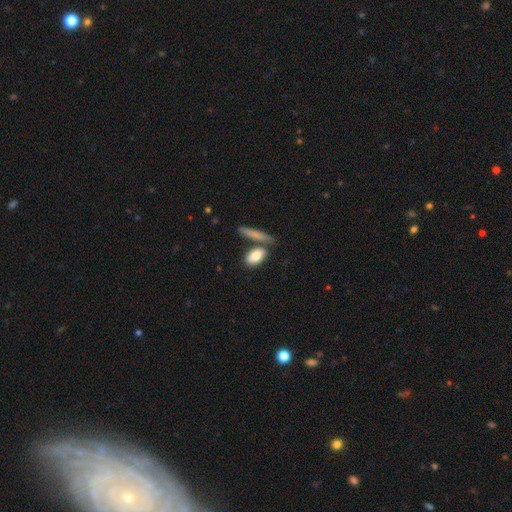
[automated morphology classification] smooth_or_featured: smooth (p=0.81) [alt: featured or disk p=0.13]
how_rounded: in between (p=0.79) [alt: cigar-shaped p=0.15]
merging: none (p=0.57) [alt: merger p=0.23]